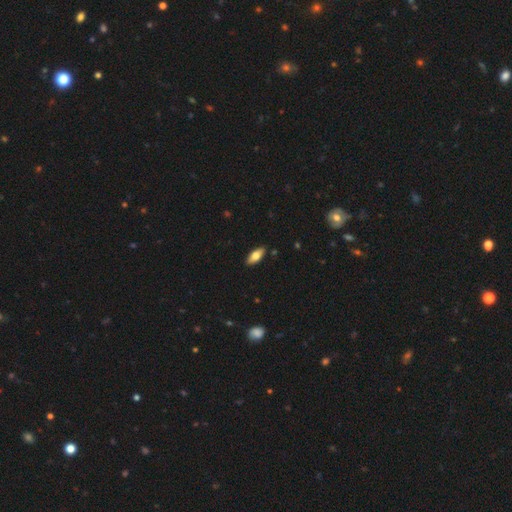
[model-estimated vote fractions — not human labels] Q: Smooth or featured?
A: smooth (73%); runner-up: featured or disk (21%)
Q: How rounded?
A: in between (83%); runner-up: cigar-shaped (14%)
Q: Merging?
A: none (89%); runner-up: minor disturbance (9%)